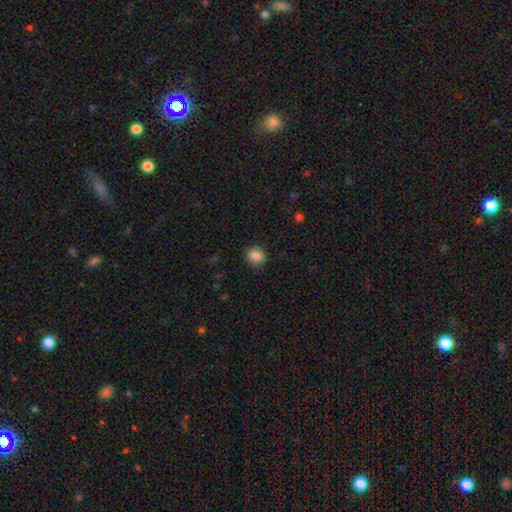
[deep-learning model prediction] smooth 87%, star or artifact 9%, featured or disk 3%. Down the decision tree: how rounded — round (77%); merging — none (87%).